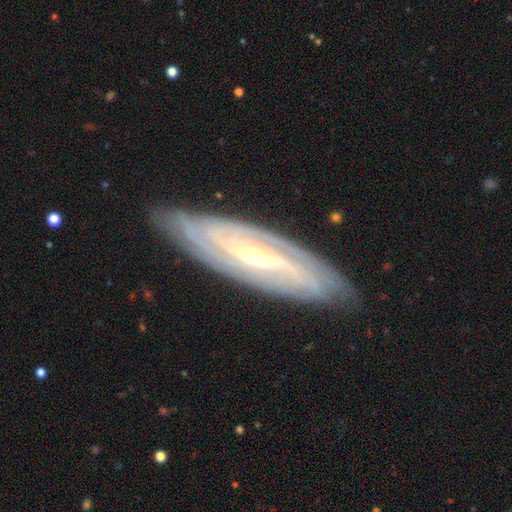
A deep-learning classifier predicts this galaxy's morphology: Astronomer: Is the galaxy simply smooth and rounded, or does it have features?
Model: featured or disk — 89%.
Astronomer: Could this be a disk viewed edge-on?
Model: no — 84%.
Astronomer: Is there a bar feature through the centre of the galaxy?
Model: strong — 42% (runner-up: weak, 35%).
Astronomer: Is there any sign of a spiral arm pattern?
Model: yes — 97%.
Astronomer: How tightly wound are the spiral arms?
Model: tight — 64%.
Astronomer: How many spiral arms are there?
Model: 2 — 37% (runner-up: can't tell, 26%).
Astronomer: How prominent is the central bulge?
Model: small — 64%.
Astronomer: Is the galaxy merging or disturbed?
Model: none — 84%.